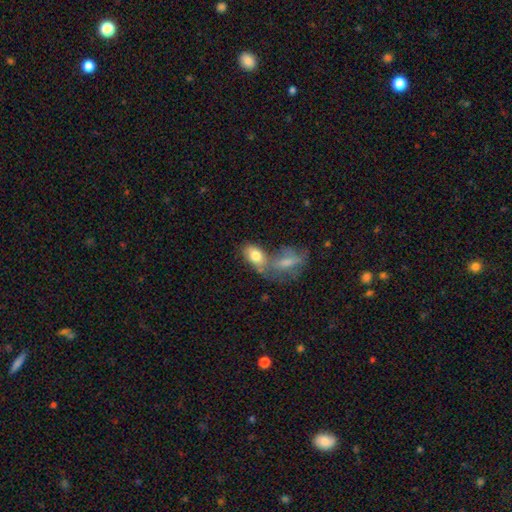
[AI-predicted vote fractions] Smooth or featured: smooth — 75% (featured or disk — 17%)
How rounded: in between — 86% (round — 11%)
Merging: merger — 50% (none — 29%)